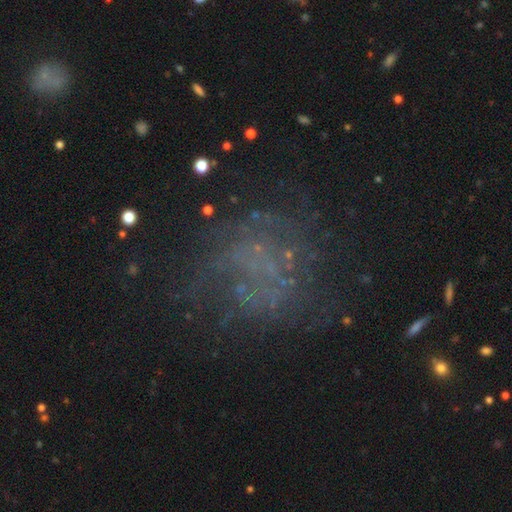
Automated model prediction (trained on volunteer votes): This appears to be a featured or disk galaxy (49%). Merging: none (57%).